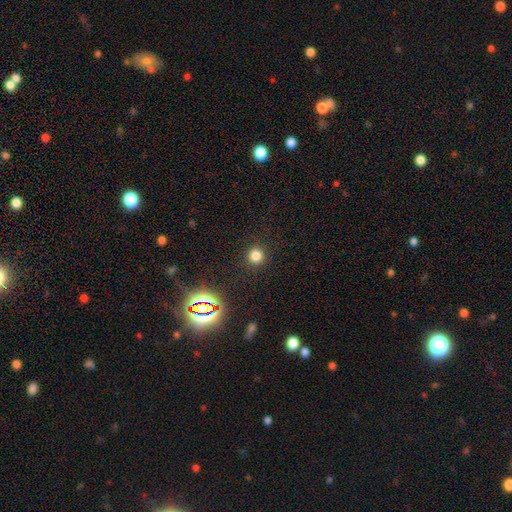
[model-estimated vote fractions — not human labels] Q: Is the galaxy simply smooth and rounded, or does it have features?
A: smooth — 77%.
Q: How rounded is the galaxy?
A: round — 91%.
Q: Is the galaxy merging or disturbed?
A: none — 90%.